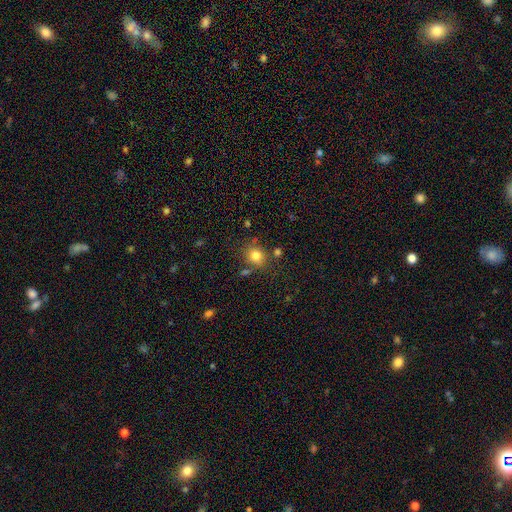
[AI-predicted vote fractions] Smooth or featured? Predicted: smooth (p=0.79). How rounded? Predicted: round (p=0.66). Merging? Predicted: none (p=0.74).